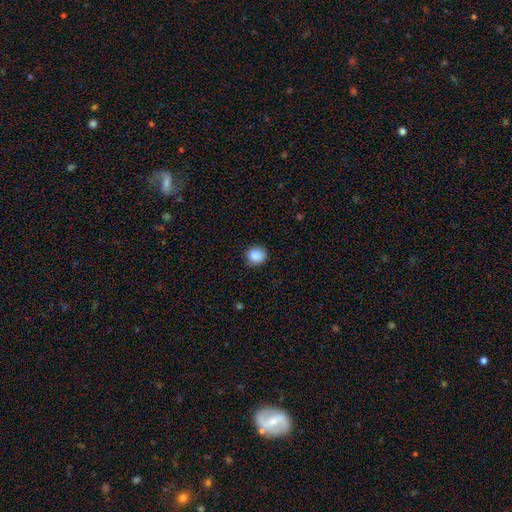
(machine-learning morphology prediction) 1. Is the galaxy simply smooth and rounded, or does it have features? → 88% smooth, 9% star or artifact, 3% featured or disk.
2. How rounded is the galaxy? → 79% round, 20% in between, 1% cigar-shaped.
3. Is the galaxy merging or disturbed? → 85% none, 11% minor disturbance, 3% major disturbance, 1% merger.